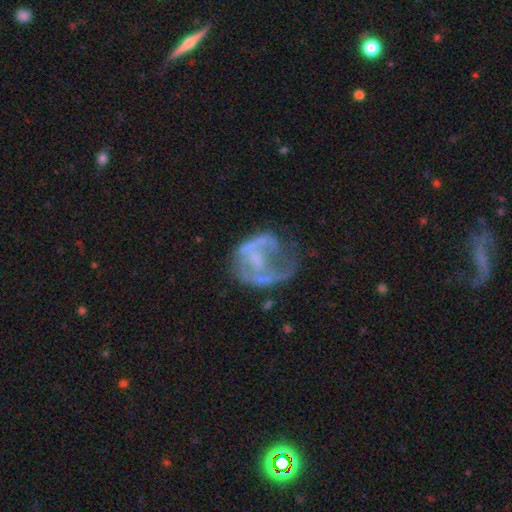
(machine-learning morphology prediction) type=featured or disk (65%); edge-on=no (98%); bar=no (69%); spiral arms=no (64%); bulge=none (58%); merging=major disturbance (42%).